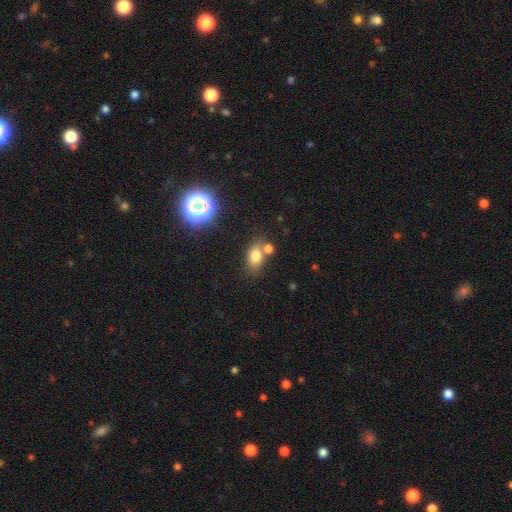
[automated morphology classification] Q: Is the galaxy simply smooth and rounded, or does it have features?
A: smooth — 76%.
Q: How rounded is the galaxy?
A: in between — 79%.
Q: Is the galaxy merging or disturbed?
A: none — 61%.